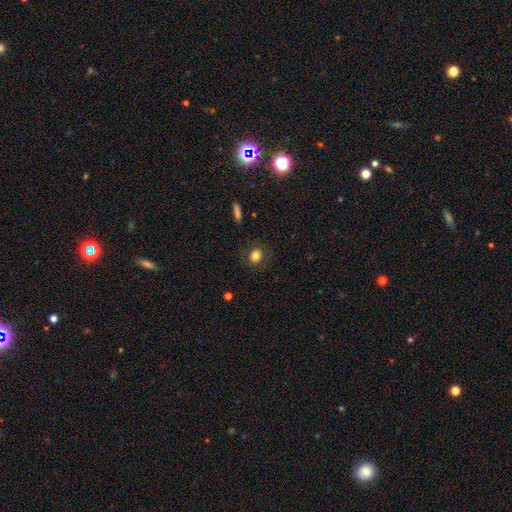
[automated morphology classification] Q: Smooth or featured?
A: smooth (79%); runner-up: featured or disk (11%)
Q: How rounded?
A: round (64%); runner-up: in between (34%)
Q: Merging?
A: none (81%); runner-up: minor disturbance (12%)